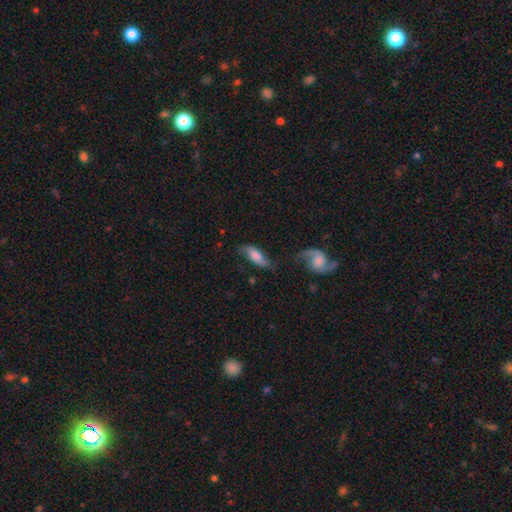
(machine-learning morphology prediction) This appears to be a featured or disk galaxy (47%). Merging: none (50%).